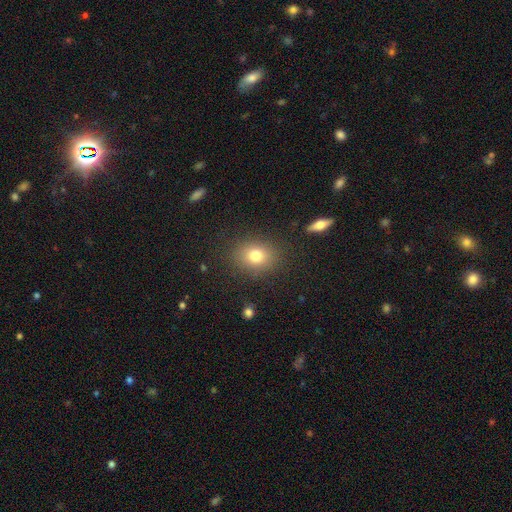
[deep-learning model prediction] Smooth or featured: smooth — 78% (star or artifact — 12%)
How rounded: round — 51% (in between — 48%)
Merging: none — 86% (minor disturbance — 9%)